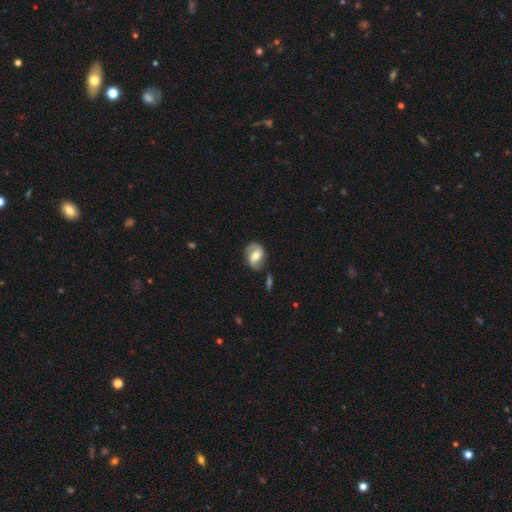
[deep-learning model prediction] smooth_or_featured: featured or disk (p=0.62) [alt: smooth p=0.32]
disk_edge_on: no (p=0.96) [alt: yes p=0.04]
bar: weak (p=0.44) [alt: no p=0.30]
has_spiral_arms: yes (p=0.85) [alt: no p=0.15]
spiral_winding: medium (p=0.45) [alt: loose p=0.29]
spiral_arm_count: 2 (p=0.85) [alt: can't tell p=0.07]
bulge_size: moderate (p=0.65) [alt: small p=0.19]
merging: none (p=0.71) [alt: minor disturbance p=0.18]